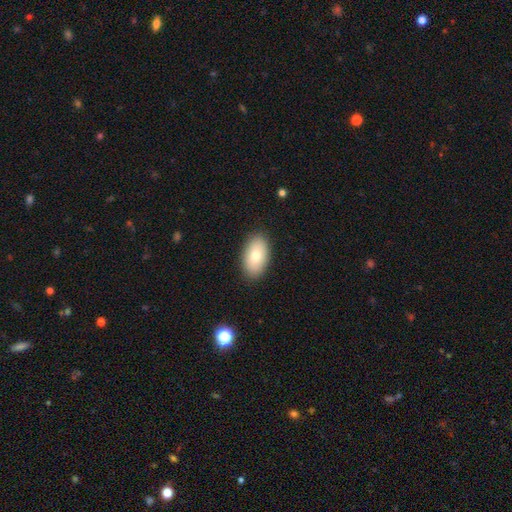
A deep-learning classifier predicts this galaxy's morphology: Q: Smooth or featured?
A: smooth (78%); runner-up: featured or disk (15%)
Q: How rounded?
A: in between (94%); runner-up: round (5%)
Q: Merging?
A: none (88%); runner-up: minor disturbance (9%)